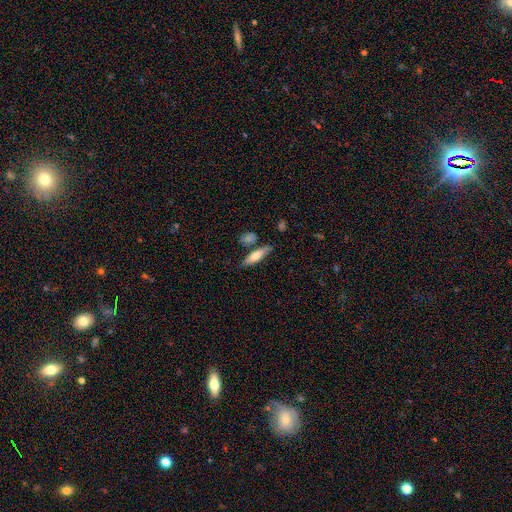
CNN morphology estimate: smooth-or-featured: smooth: 65% | featured or disk: 30% | star or artifact: 6%
  how-rounded: cigar-shaped: 64% | in between: 34% | round: 2%
  merging: none: 72% | minor disturbance: 14% | merger: 10% | major disturbance: 3%